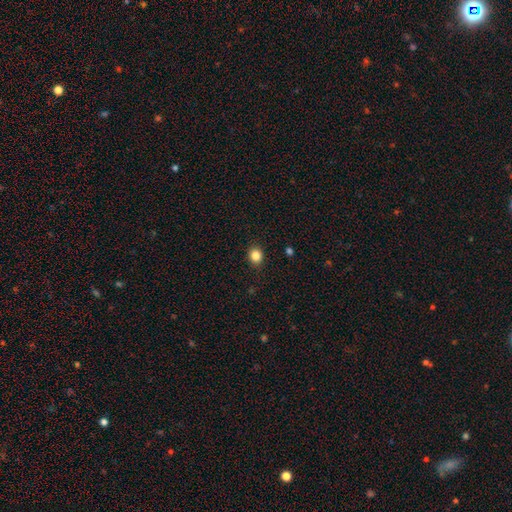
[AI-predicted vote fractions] Q: Smooth or featured?
A: smooth (84%); runner-up: star or artifact (11%)
Q: How rounded?
A: round (73%); runner-up: in between (26%)
Q: Merging?
A: none (90%); runner-up: minor disturbance (7%)